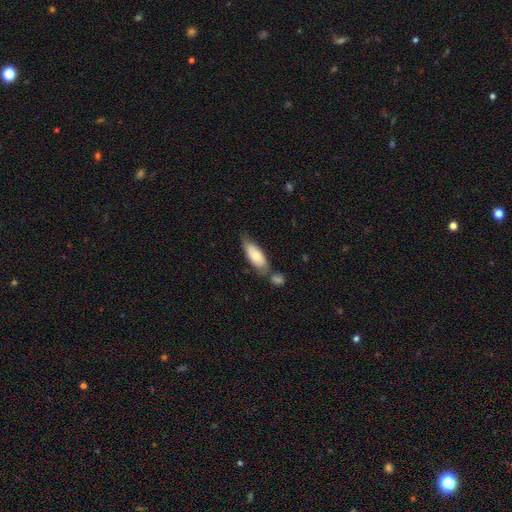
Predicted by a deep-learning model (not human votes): smooth_or_featured: smooth (p=0.74) [alt: featured or disk p=0.20]
how_rounded: in between (p=0.77) [alt: cigar-shaped p=0.21]
merging: none (p=0.54) [alt: merger p=0.21]